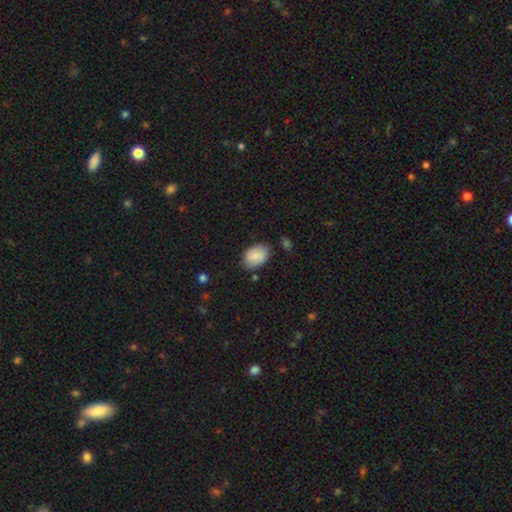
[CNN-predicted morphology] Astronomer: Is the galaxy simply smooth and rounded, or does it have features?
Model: smooth — 78%.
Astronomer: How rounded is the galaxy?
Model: in between — 85%.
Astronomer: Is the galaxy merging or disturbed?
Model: none — 72%.